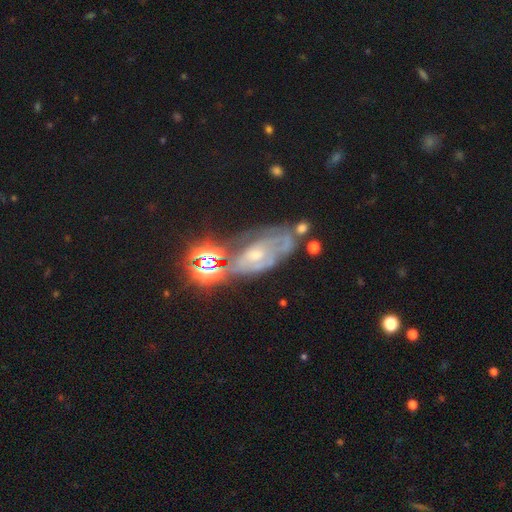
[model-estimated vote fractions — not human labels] Q: Smooth or featured?
A: featured or disk (62%); runner-up: star or artifact (22%)
Q: Edge-on disk?
A: no (92%); runner-up: yes (8%)
Q: Bar?
A: no (73%); runner-up: weak (21%)
Q: Spiral arms?
A: yes (70%); runner-up: no (30%)
Q: Bulge size?
A: small (49%); runner-up: moderate (39%)
Q: Merging?
A: none (46%); runner-up: minor disturbance (23%)